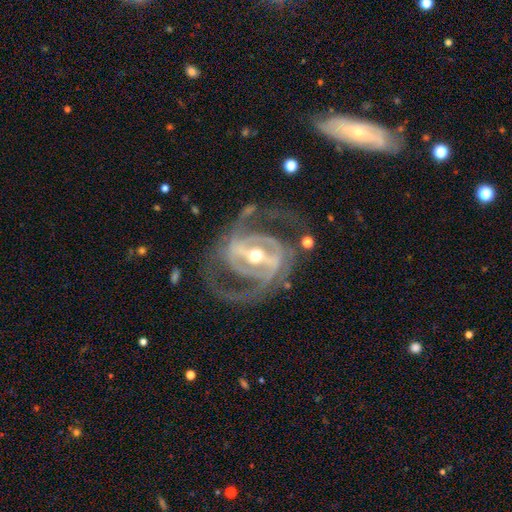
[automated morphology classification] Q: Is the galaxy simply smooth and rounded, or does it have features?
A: featured or disk — 92%.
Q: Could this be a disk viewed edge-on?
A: no — 97%.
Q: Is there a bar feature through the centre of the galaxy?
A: strong — 69%.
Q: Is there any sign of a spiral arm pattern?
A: yes — 95%.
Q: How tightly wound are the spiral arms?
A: medium — 51%.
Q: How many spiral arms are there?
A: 2 — 67%.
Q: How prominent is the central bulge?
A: moderate — 68%.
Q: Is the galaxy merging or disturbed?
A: none — 62%.